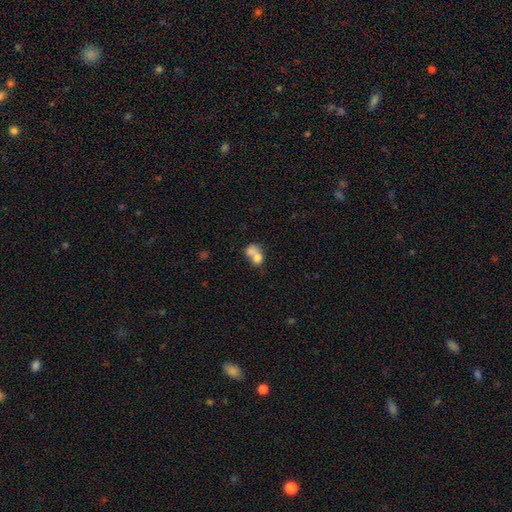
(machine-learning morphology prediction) Smooth or featured? Predicted: smooth (p=0.71). How rounded? Predicted: round (p=0.50). Merging? Predicted: merger (p=0.68).